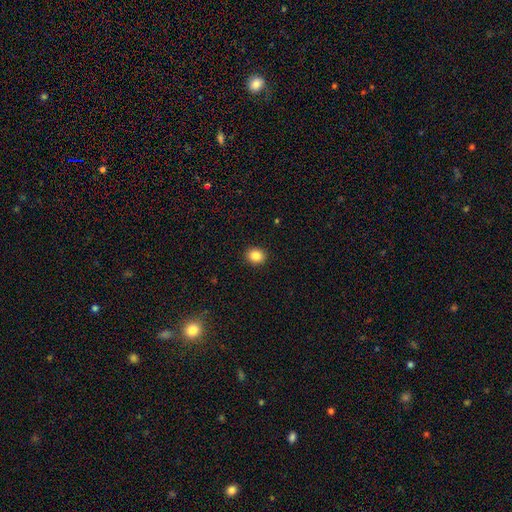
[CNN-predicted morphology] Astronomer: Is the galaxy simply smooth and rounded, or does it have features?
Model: smooth — 86%.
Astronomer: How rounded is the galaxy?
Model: round — 69%.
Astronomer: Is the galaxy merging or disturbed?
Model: none — 92%.